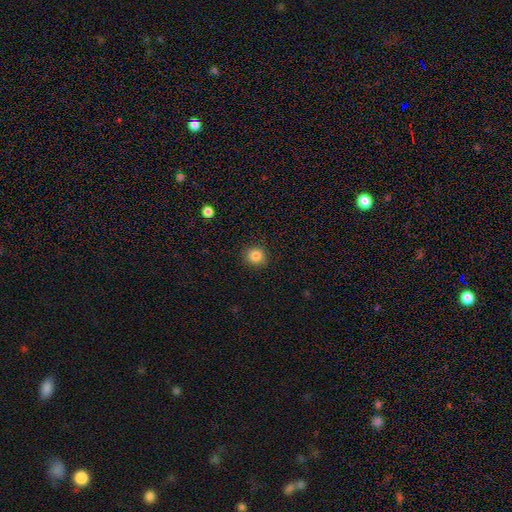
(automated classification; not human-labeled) Smooth or featured: smooth — 84% (star or artifact — 11%)
How rounded: round — 89% (in between — 10%)
Merging: none — 90% (minor disturbance — 7%)